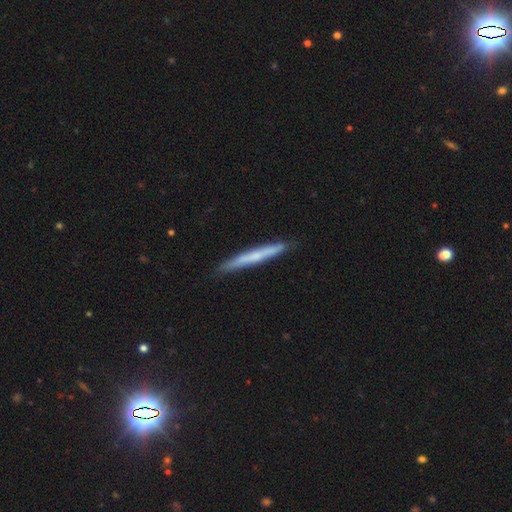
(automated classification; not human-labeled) Overall: smooth (51%; featured or disk 43%). How rounded: cigar-shaped (97%). Merging: none (90%).